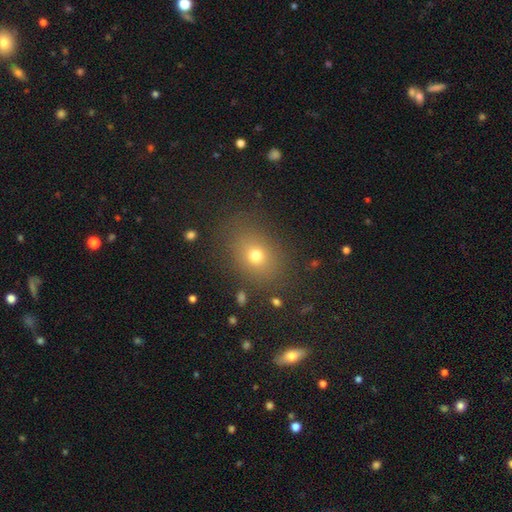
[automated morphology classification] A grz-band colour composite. It shows a smooth galaxy with no disk features (71%) that is in between round and cigar-shaped (54%). Merging: none (82%).